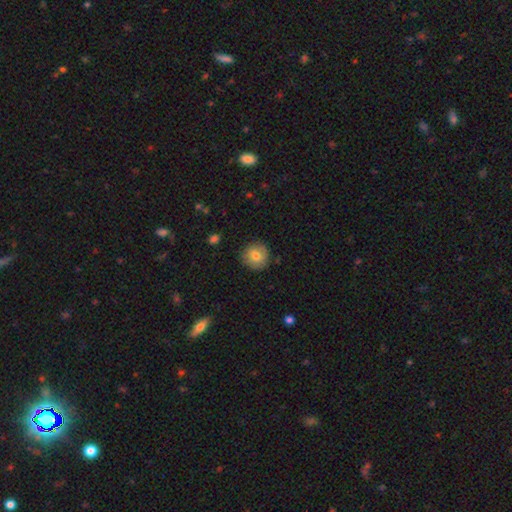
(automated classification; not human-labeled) Overall: smooth (72%). How rounded: round (91%). Merging: none (83%).